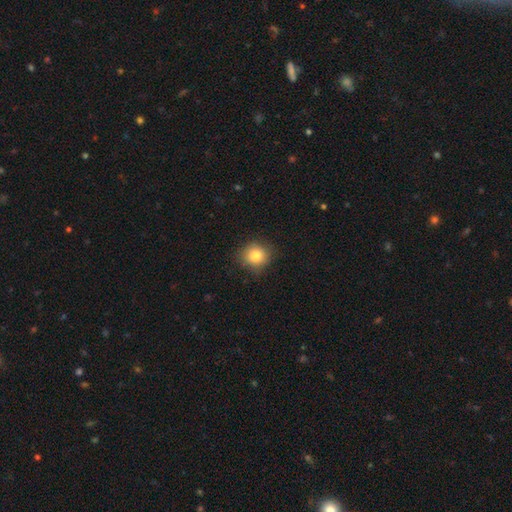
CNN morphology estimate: smooth_or_featured: smooth (p=0.81) [alt: star or artifact p=0.11]
how_rounded: round (p=0.86) [alt: in between p=0.13]
merging: none (p=0.85) [alt: minor disturbance p=0.11]